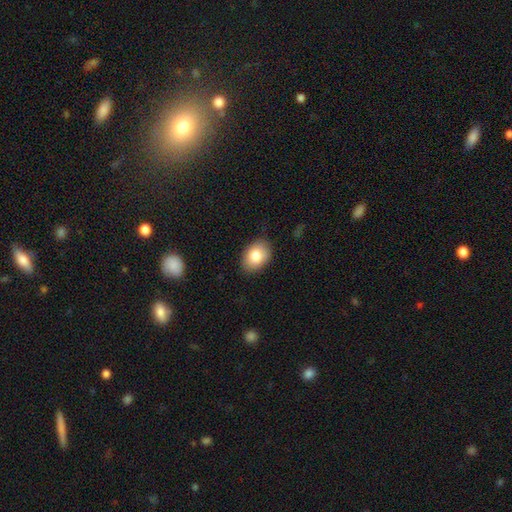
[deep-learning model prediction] This appears to be a smooth galaxy with no disk features (83%) that is in between round and cigar-shaped (77%). Merging: none (85%).